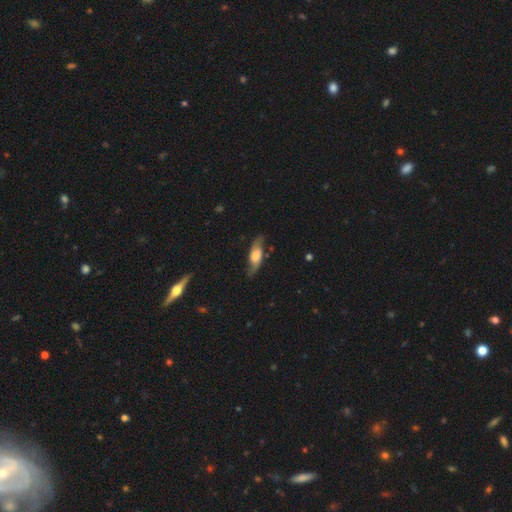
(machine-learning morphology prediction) Q: Smooth or featured?
A: featured or disk (66%); runner-up: smooth (28%)
Q: Edge-on disk?
A: no (72%); runner-up: yes (28%)
Q: Merging?
A: none (76%); runner-up: minor disturbance (17%)